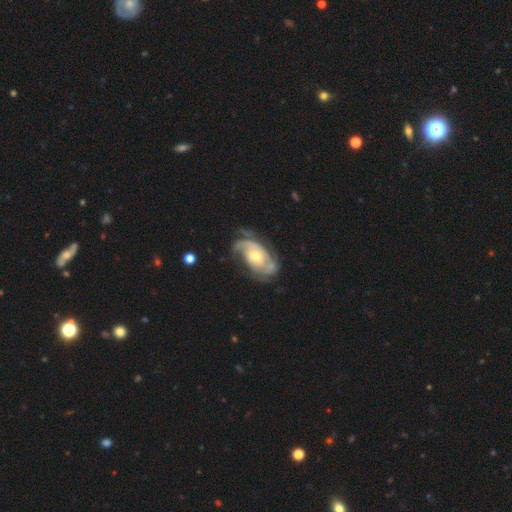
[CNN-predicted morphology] Smooth or featured?
  - featured or disk: 85% *
  - smooth: 11%
  - star or artifact: 4%
Edge-on disk?
  - no: 96% *
  - yes: 4%
Bar?
  - no: 57% *
  - weak: 35%
  - strong: 8%
Spiral arms?
  - yes: 94% *
  - no: 6%
Spiral winding?
  - tight: 55% *
  - medium: 33%
  - loose: 12%
Spiral arm count?
  - 2: 43% *
  - can't tell: 26%
  - 1: 13%
  - 3: 12%
  - 4: 3%
  - more than 4: 3%
Bulge size?
  - moderate: 60% *
  - small: 32%
  - large: 6%
  - none: 2%
  - dominant: 1%
Merging?
  - none: 53% *
  - minor disturbance: 25%
  - major disturbance: 19%
  - merger: 3%